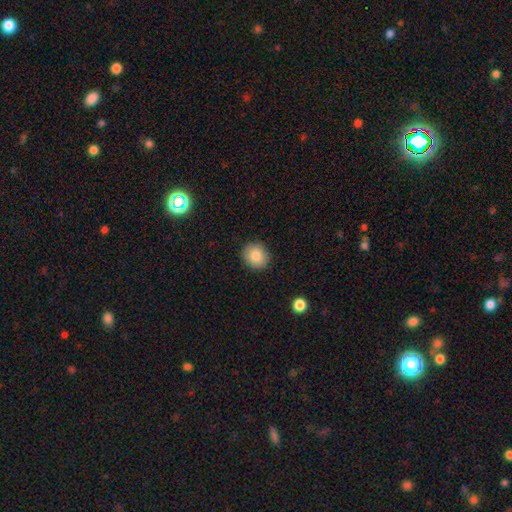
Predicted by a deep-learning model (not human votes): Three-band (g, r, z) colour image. It shows a smooth galaxy with no disk features (83%) that is round (76%). Merging: none (90%).